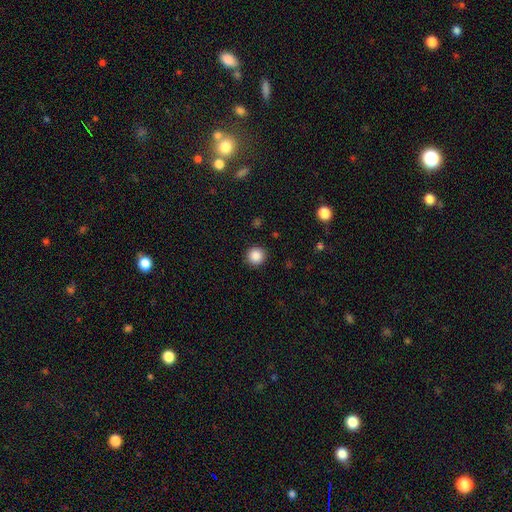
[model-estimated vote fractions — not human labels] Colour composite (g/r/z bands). It shows a smooth galaxy with no disk features (87%) that is round (94%). Merging: none (91%).